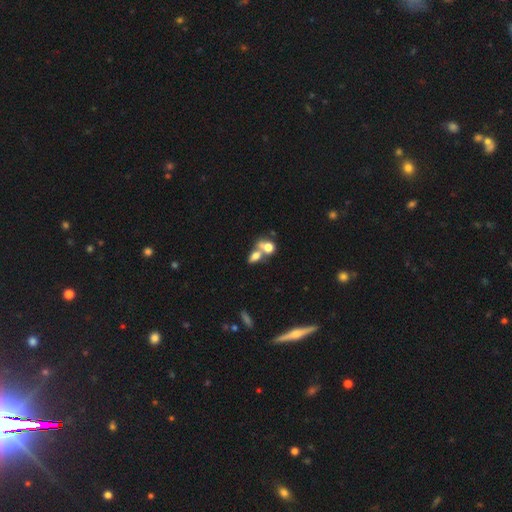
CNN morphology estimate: smooth-or-featured: smooth: 67% | featured or disk: 21% | star or artifact: 12%
  how-rounded: in between: 67% | round: 29% | cigar-shaped: 4%
  merging: merger: 63% | none: 25% | minor disturbance: 7% | major disturbance: 5%